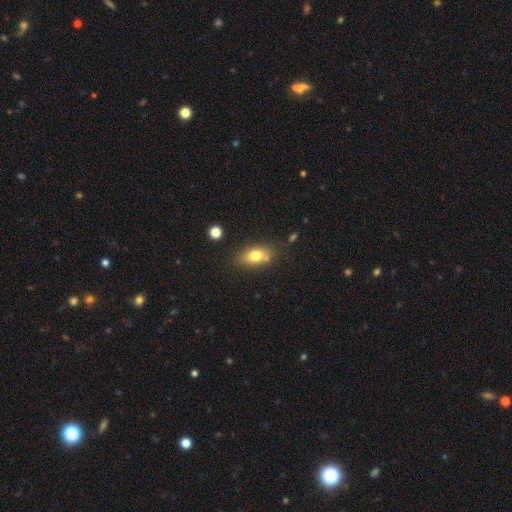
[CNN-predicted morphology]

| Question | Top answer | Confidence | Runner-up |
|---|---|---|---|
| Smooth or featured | smooth | 75% | featured or disk (16%) |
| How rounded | in between | 81% | round (14%) |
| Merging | none | 68% | minor disturbance (17%) |